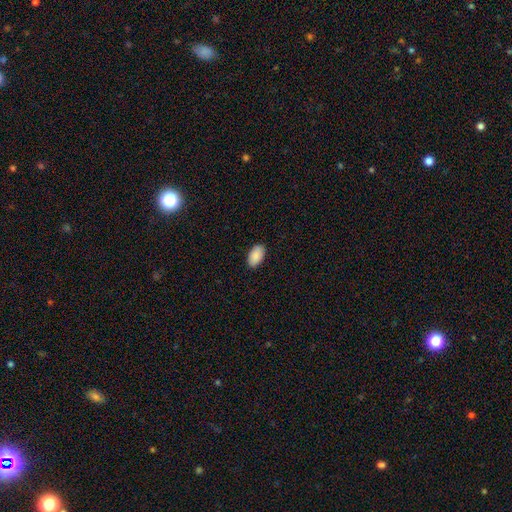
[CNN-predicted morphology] Smooth or featured? smooth (90%)
How rounded? in between (95%)
Merging? none (89%)